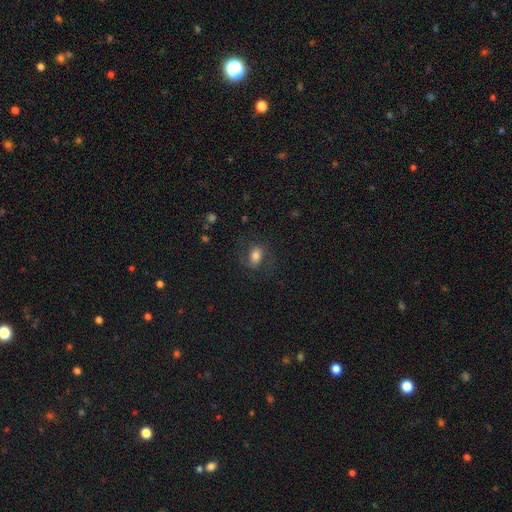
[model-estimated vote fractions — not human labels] A smooth galaxy with no disk features (62%) that is in between round and cigar-shaped (71%). Merging: none (69%).